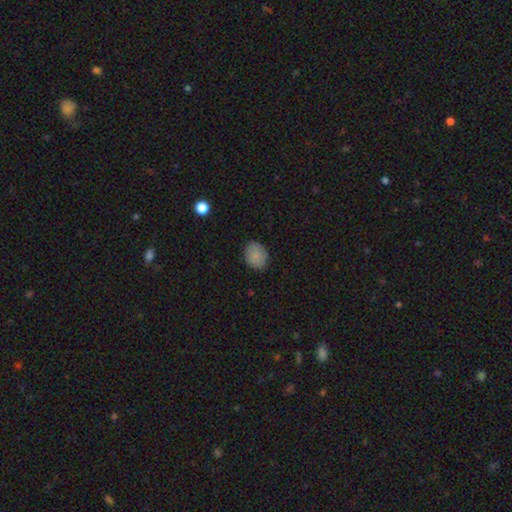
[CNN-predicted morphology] This is clearly a smooth galaxy (84%). How rounded: possibly round (51%). Merging: clearly none (85%).